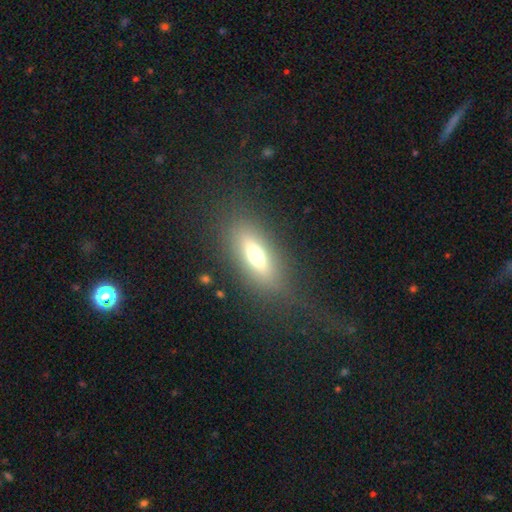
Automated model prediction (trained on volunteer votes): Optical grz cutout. It shows a smooth galaxy with no disk features (60%) that is in between round and cigar-shaped (66%). Merging: none (80%).